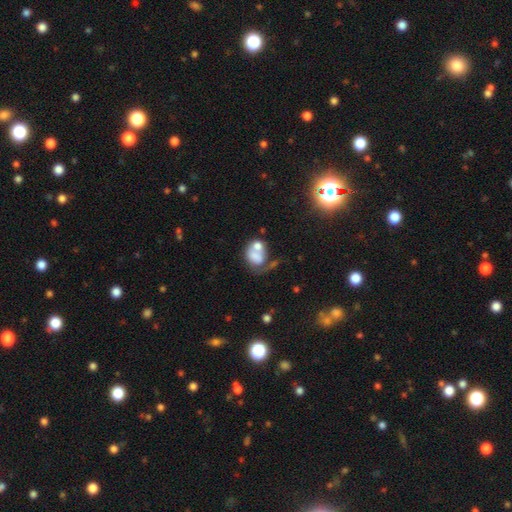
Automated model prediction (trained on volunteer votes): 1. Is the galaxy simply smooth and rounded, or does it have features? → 61% smooth, 29% featured or disk, 11% star or artifact.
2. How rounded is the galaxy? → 58% in between, 41% round, 1% cigar-shaped.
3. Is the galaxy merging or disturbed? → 44% merger, 21% none, 21% major disturbance, 14% minor disturbance.